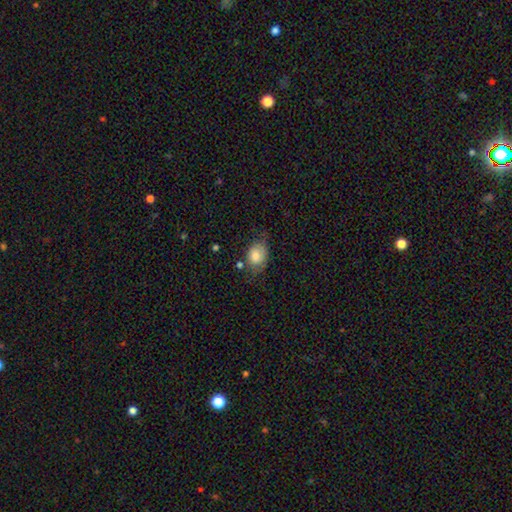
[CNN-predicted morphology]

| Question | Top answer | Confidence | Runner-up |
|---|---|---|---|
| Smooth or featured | smooth | 78% | featured or disk (14%) |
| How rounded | in between | 71% | round (28%) |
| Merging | none | 55% | minor disturbance (30%) |